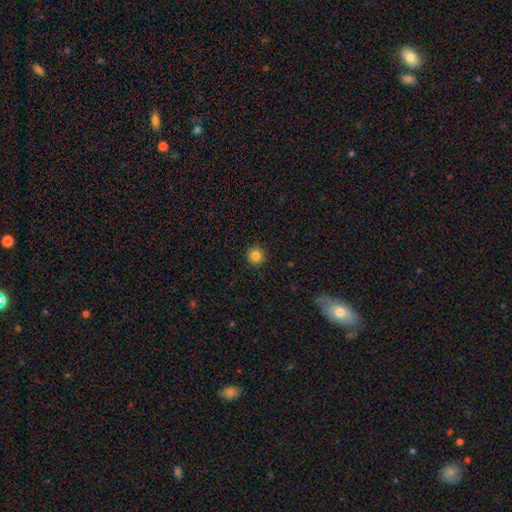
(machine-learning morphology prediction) type=smooth (84%); roundness=round (94%); merging=none (92%).